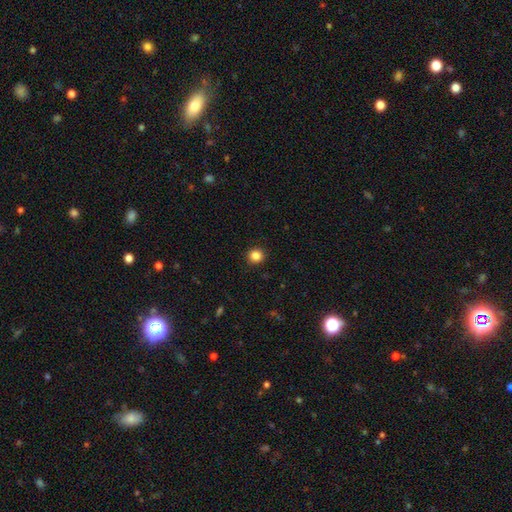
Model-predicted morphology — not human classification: A smooth galaxy with no disk features (84%) that is round (93%).

Vote fractions:
- Smooth or featured? smooth: 84% / star or artifact: 11% / featured or disk: 4%
- How rounded? round: 93% / in between: 6% / cigar-shaped: 1%
- Merging? none: 92% / minor disturbance: 5% / major disturbance: 2% / merger: 1%